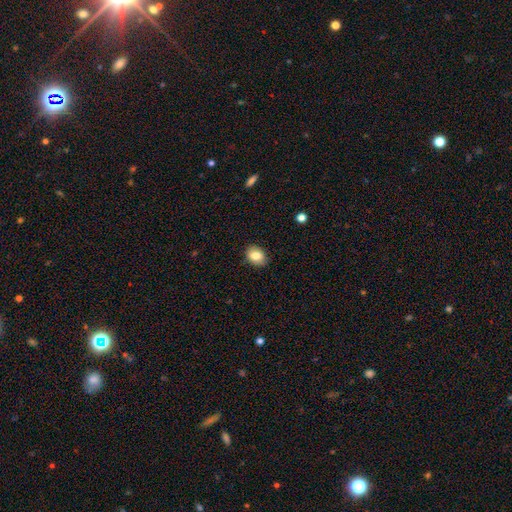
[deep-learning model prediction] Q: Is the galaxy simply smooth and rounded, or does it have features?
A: smooth — 82%.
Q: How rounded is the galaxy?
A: in between — 65%.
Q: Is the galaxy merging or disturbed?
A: none — 85%.